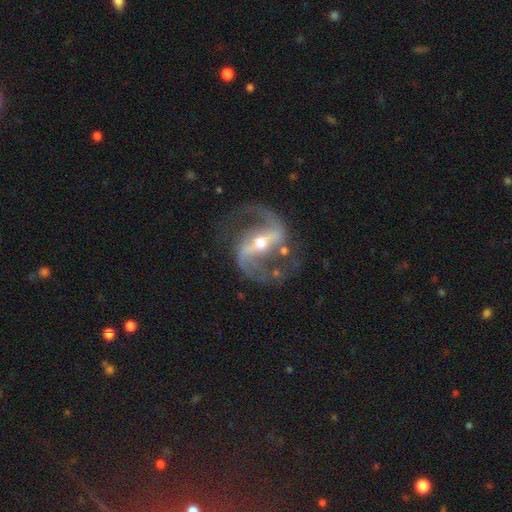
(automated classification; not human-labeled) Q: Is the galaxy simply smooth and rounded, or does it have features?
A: featured or disk — 92%.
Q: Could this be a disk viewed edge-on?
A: no — 97%.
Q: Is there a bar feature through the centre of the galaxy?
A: strong — 67%.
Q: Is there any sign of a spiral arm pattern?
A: yes — 98%.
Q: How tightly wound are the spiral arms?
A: medium — 52%.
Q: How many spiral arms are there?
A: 2 — 94%.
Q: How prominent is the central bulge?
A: moderate — 49%.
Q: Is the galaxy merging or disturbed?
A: none — 79%.